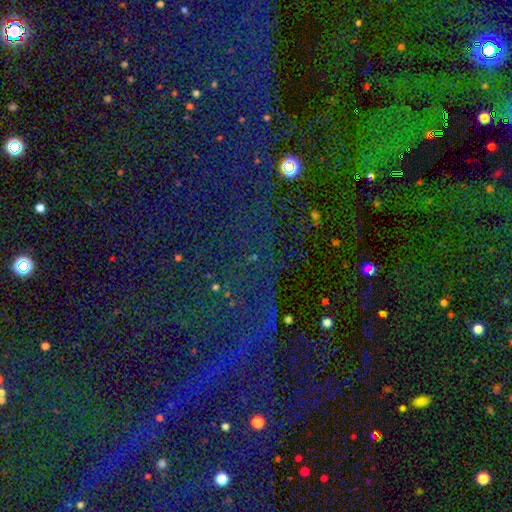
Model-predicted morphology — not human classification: This is clearly a star or artifact rather than a galaxy (84%).